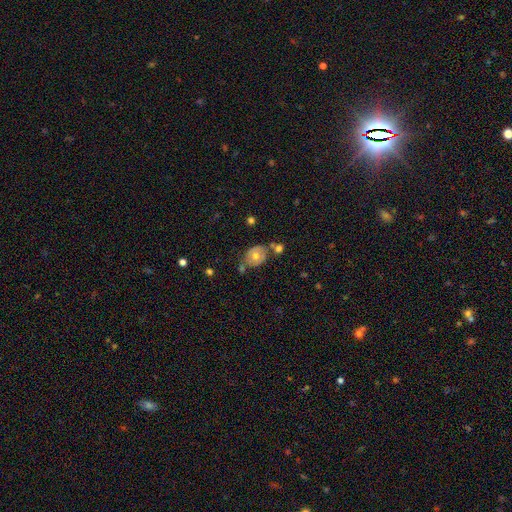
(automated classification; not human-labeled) smooth_or_featured: smooth (p=0.54) [alt: featured or disk p=0.37]
how_rounded: in between (p=0.57) [alt: round p=0.42]
merging: none (p=0.57) [alt: minor disturbance p=0.19]